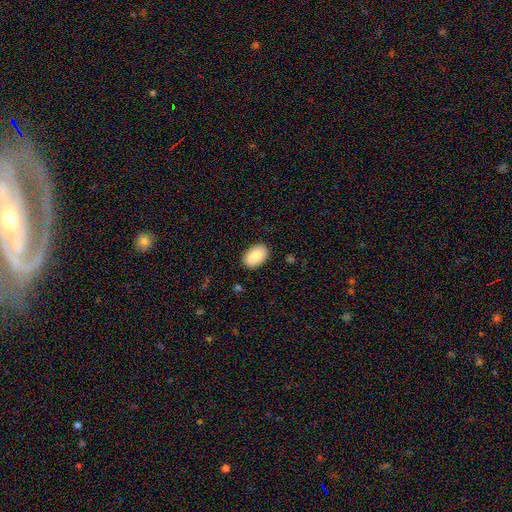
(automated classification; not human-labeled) The model was most divided on "smooth or featured": smooth: 84%, featured or disk: 9%, star or artifact: 6%. More confident: how rounded — in between (89%); merging — none (88%).